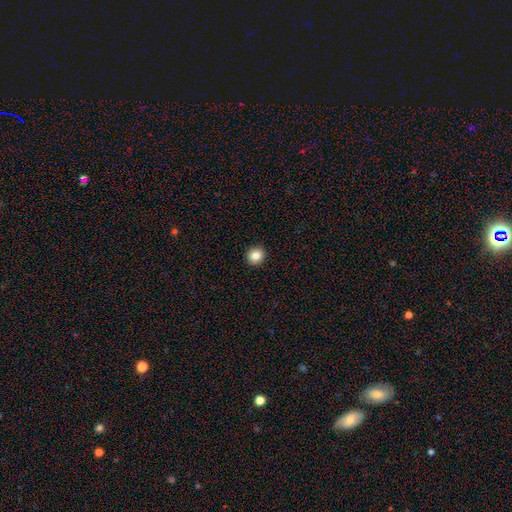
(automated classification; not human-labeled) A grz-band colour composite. It shows a smooth galaxy with no disk features (84%) that is round (89%). Merging: none (93%).